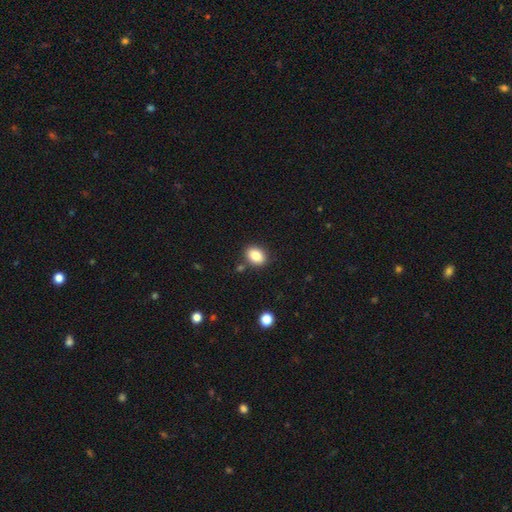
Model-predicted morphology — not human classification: Smooth or featured? smooth (86%)
How rounded? in between (69%)
Merging? none (84%)